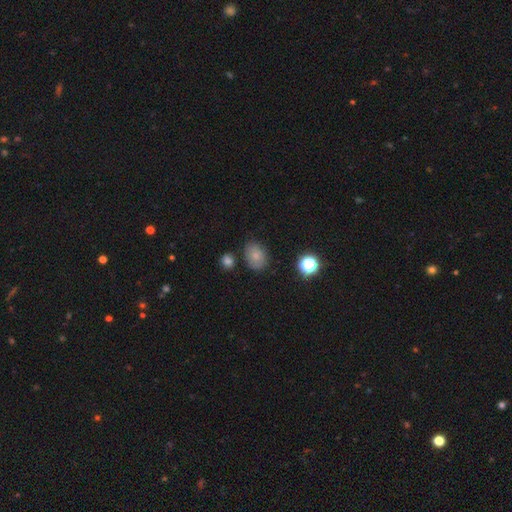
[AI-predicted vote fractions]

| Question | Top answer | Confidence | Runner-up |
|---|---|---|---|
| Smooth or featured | smooth | 75% | featured or disk (12%) |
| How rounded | in between | 64% | round (35%) |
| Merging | none | 72% | minor disturbance (18%) |